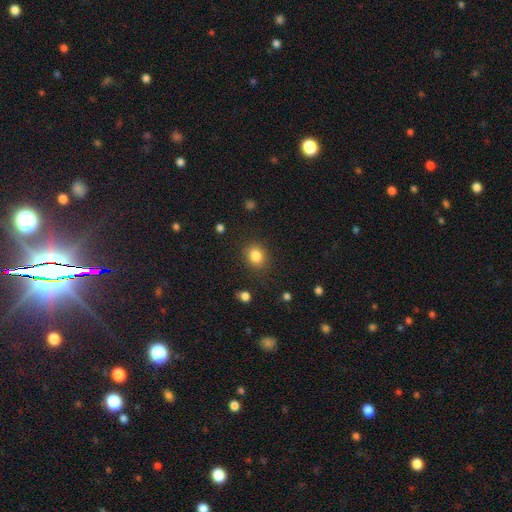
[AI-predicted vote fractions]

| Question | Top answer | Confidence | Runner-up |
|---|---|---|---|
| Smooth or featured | smooth | 83% | star or artifact (11%) |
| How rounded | round | 70% | in between (29%) |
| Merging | none | 86% | minor disturbance (9%) |